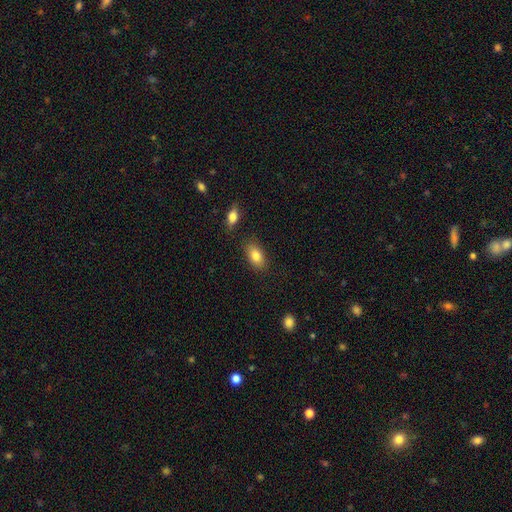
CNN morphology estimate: smooth_or_featured: smooth (p=0.84) [alt: featured or disk p=0.08]
how_rounded: in between (p=0.90) [alt: round p=0.06]
merging: none (p=0.83) [alt: minor disturbance p=0.12]